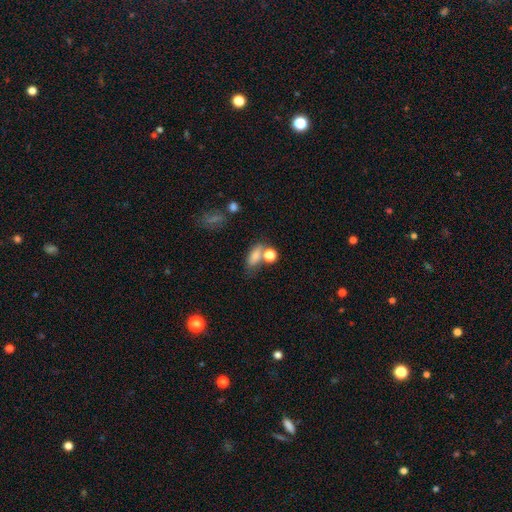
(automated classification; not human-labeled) smooth_or_featured: smooth (p=0.76) [alt: star or artifact p=0.12]
how_rounded: in between (p=0.71) [alt: round p=0.16]
merging: none (p=0.47) [alt: merger p=0.27]